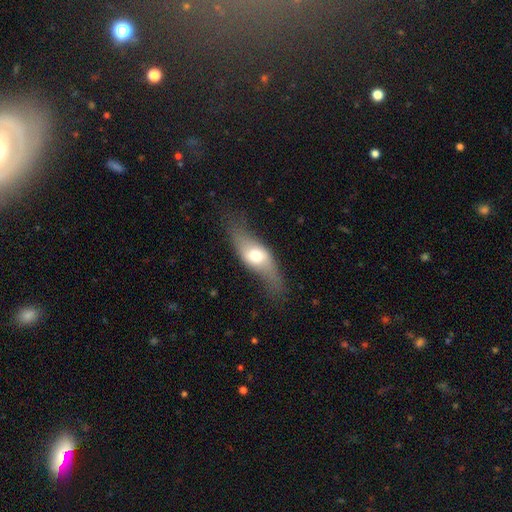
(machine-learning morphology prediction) Smooth or featured: smooth — 47% (featured or disk — 46%)
Merging: none — 65% (minor disturbance — 23%)